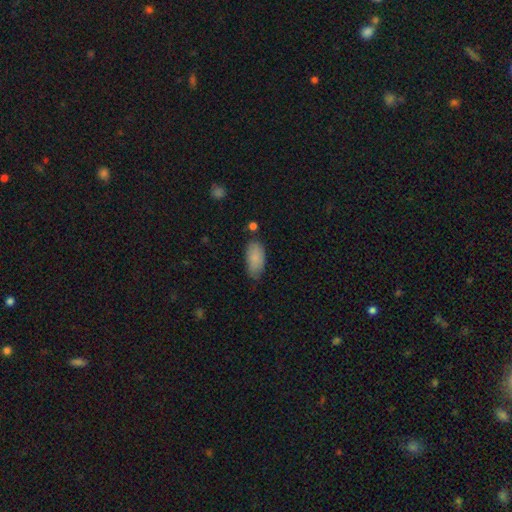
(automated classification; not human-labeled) The model was most divided on "merging": none: 67%, minor disturbance: 25%, major disturbance: 5%, merger: 3%. More confident: how rounded — in between (92%); smooth or featured — smooth (87%).